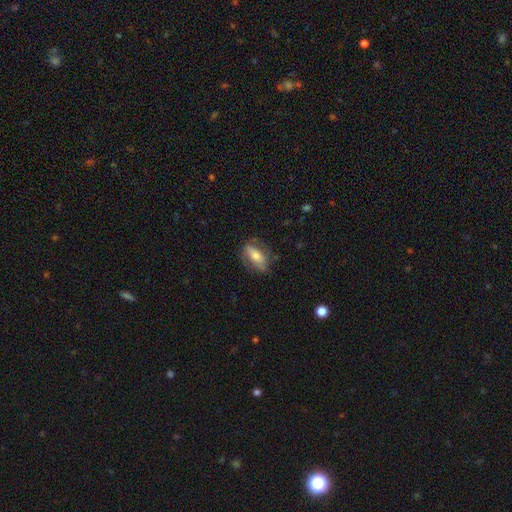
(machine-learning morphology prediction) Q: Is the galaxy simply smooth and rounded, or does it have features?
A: smooth — 53%.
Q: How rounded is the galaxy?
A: in between — 79%.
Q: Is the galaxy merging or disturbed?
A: none — 68%.